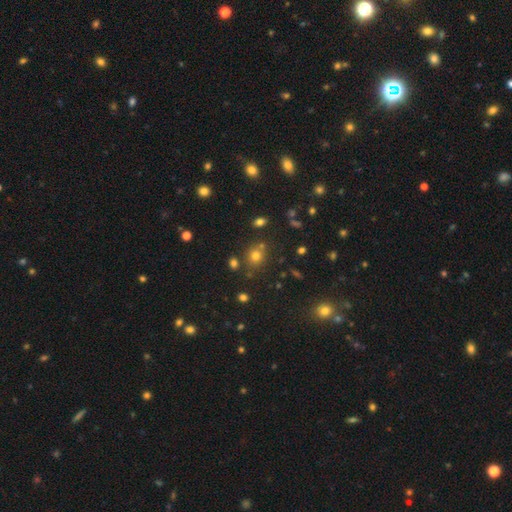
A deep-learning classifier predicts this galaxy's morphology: A smooth galaxy with no disk features (64%) that is round (84%). Merging: none (77%).